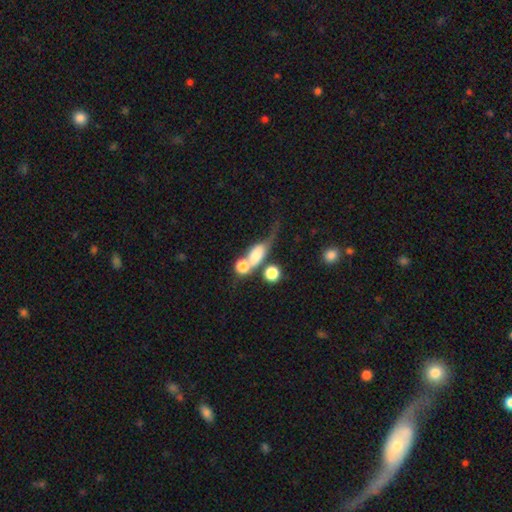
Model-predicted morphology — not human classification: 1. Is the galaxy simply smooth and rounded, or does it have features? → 59% smooth, 29% featured or disk, 12% star or artifact.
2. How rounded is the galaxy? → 54% in between, 31% round, 15% cigar-shaped.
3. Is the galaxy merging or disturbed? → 41% merger, 27% none, 18% major disturbance, 15% minor disturbance.